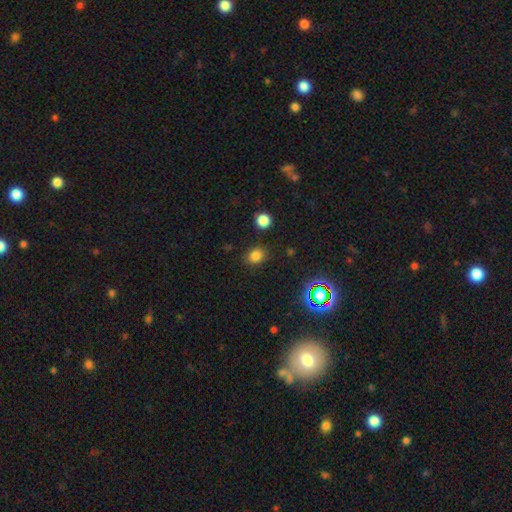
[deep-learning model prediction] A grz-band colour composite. It shows a smooth galaxy with no disk features (78%) that is round (54%). Merging: none (84%).